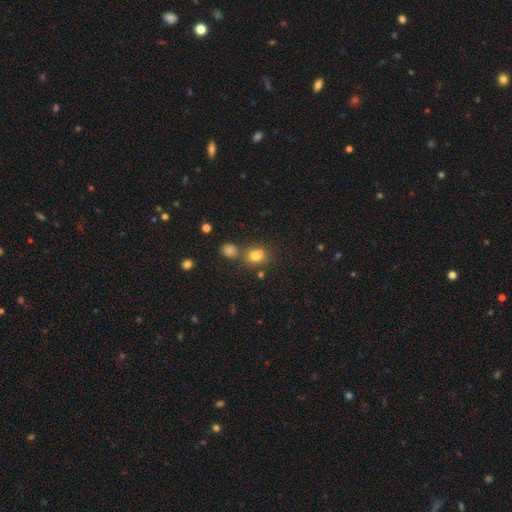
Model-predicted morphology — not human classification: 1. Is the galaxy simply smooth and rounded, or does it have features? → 71% smooth, 17% star or artifact, 12% featured or disk.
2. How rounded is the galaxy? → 69% round, 29% in between, 1% cigar-shaped.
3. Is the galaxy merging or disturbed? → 50% none, 35% merger, 11% minor disturbance, 5% major disturbance.